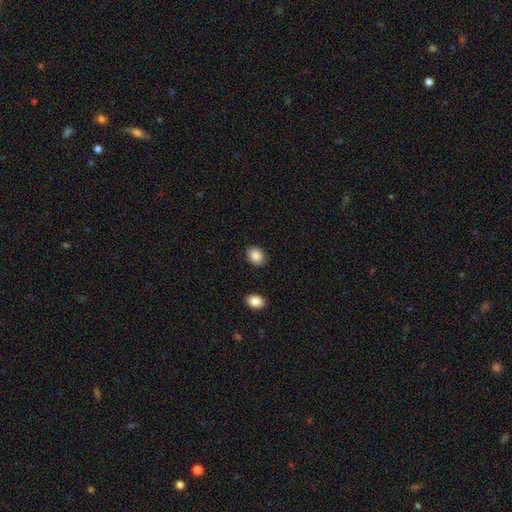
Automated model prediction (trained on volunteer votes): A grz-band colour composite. It shows a smooth galaxy with no disk features (87%) that is in between round and cigar-shaped (59%). Merging: none (87%).